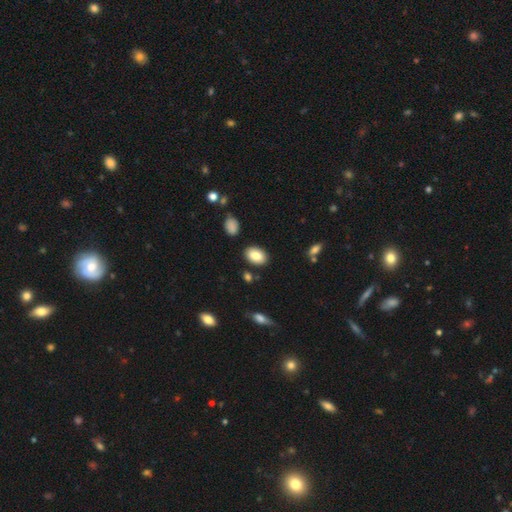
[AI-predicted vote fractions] Q: Smooth or featured?
A: smooth (86%); runner-up: star or artifact (7%)
Q: How rounded?
A: in between (87%); runner-up: round (11%)
Q: Merging?
A: none (85%); runner-up: minor disturbance (9%)